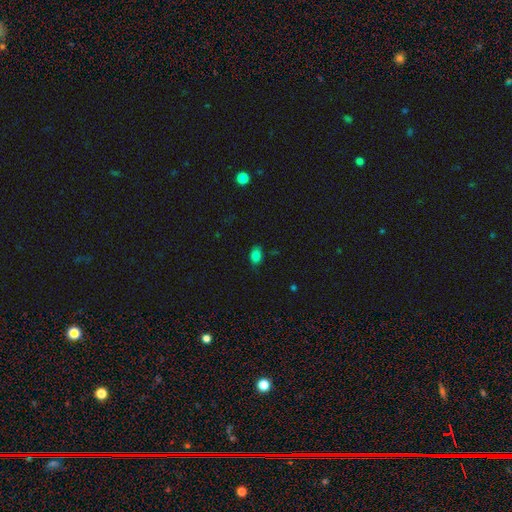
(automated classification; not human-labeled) smooth_or_featured: smooth (p=0.81) [alt: star or artifact p=0.13]
how_rounded: in between (p=0.81) [alt: round p=0.17]
merging: none (p=0.74) [alt: minor disturbance p=0.20]